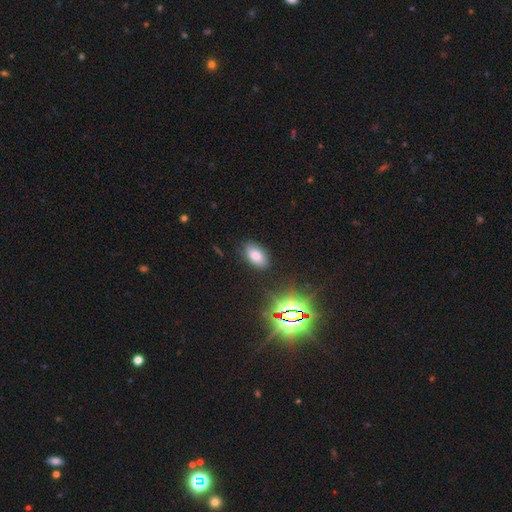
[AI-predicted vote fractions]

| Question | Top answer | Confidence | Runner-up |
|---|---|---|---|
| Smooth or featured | smooth | 75% | star or artifact (15%) |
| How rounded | in between | 92% | round (6%) |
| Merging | none | 84% | minor disturbance (12%) |